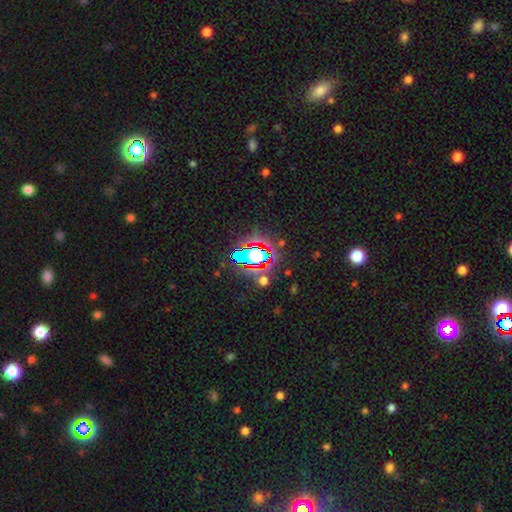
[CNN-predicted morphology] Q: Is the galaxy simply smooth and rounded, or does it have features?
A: star or artifact — 61%.